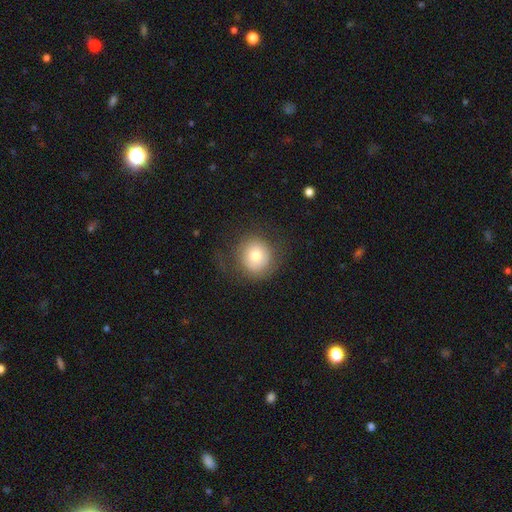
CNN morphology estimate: The model was most divided on "smooth or featured": smooth: 71%, featured or disk: 19%, star or artifact: 10%. More confident: how rounded — round (90%); merging — none (74%).